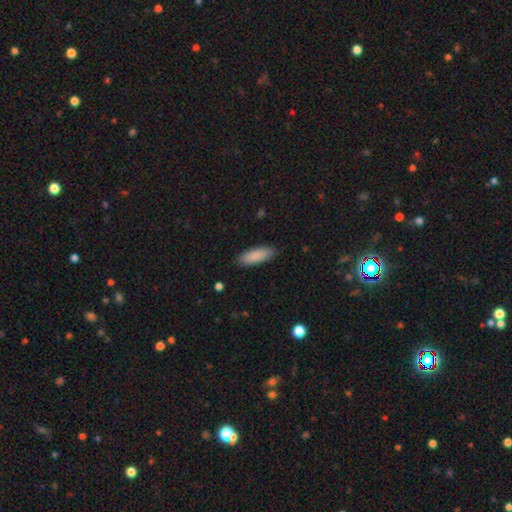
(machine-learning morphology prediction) smooth-or-featured: smooth: 88% | featured or disk: 6% | star or artifact: 6%
  how-rounded: in between: 62% | cigar-shaped: 37% | round: 1%
  merging: none: 88% | minor disturbance: 9% | major disturbance: 2% | merger: 1%